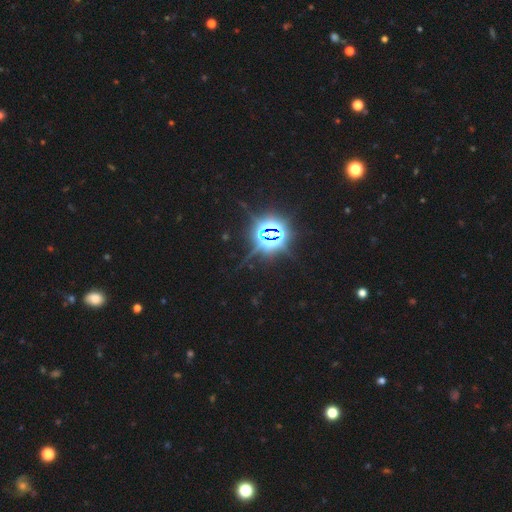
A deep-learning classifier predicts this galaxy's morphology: A star or artifact, not a galaxy (86%).

Vote fractions:
- Smooth or featured? star or artifact: 86% / smooth: 9% / featured or disk: 5%